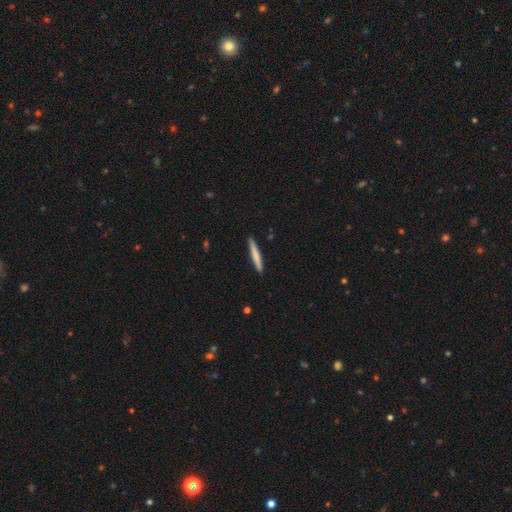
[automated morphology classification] Q: Smooth or featured?
A: smooth (69%); runner-up: featured or disk (26%)
Q: How rounded?
A: cigar-shaped (96%); runner-up: in between (3%)
Q: Merging?
A: none (91%); runner-up: minor disturbance (6%)